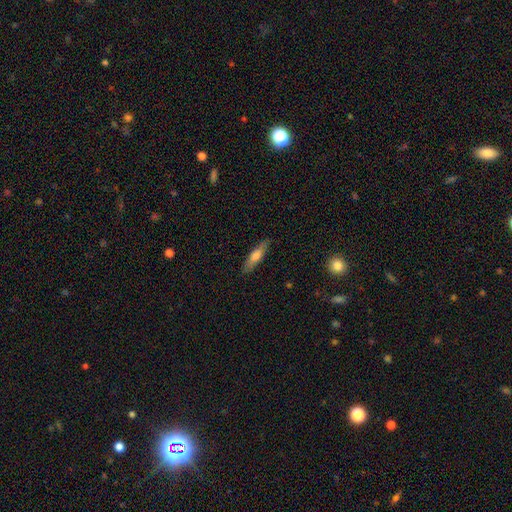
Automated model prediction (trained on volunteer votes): Smooth or featured? smooth (55%)
How rounded? cigar-shaped (77%)
Merging? none (88%)